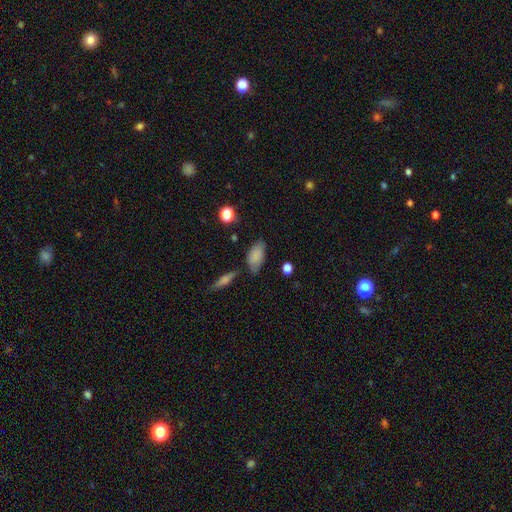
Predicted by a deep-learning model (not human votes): A smooth galaxy with no disk features (82%) that is in between round and cigar-shaped (91%). Merging: none (64%).